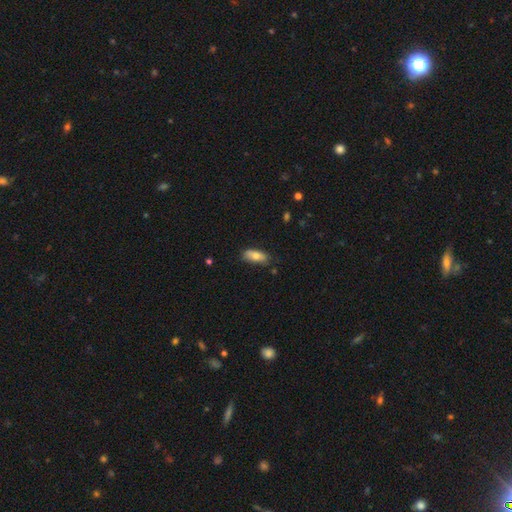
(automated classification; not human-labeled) Smooth or featured?
  - smooth: 73% *
  - featured or disk: 21%
  - star or artifact: 7%
How rounded?
  - in between: 80% *
  - cigar-shaped: 17%
  - round: 3%
Merging?
  - none: 72% *
  - minor disturbance: 23%
  - major disturbance: 4%
  - merger: 2%